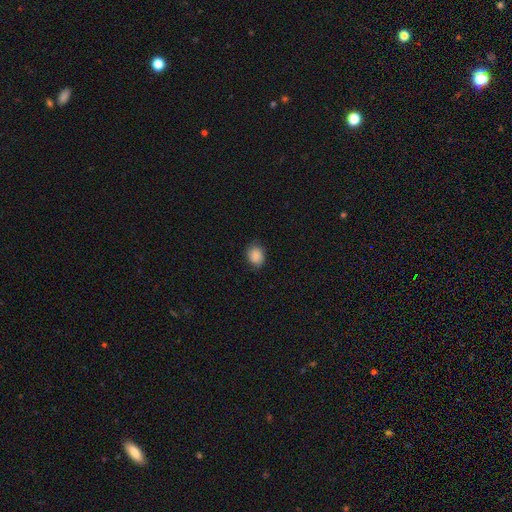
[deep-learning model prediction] This is clearly a smooth galaxy (86%). How rounded: possibly round (54%). Merging: clearly none (81%).